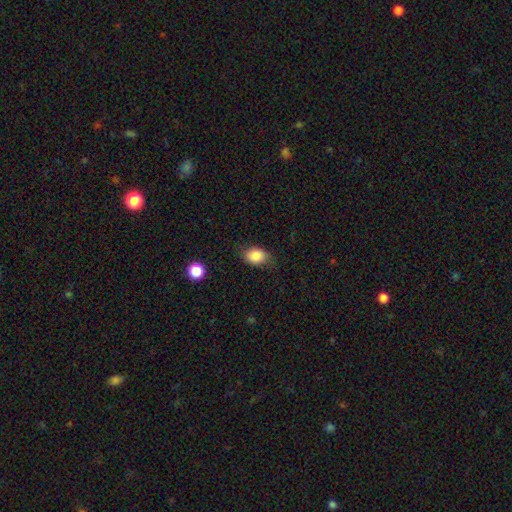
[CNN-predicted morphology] Smooth or featured?
  - smooth: 86% *
  - star or artifact: 9%
  - featured or disk: 6%
How rounded?
  - in between: 71% *
  - round: 27%
  - cigar-shaped: 1%
Merging?
  - none: 73% *
  - minor disturbance: 20%
  - major disturbance: 5%
  - merger: 1%